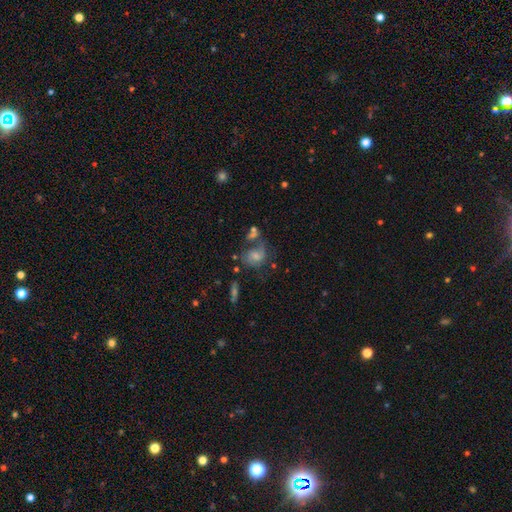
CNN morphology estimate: smooth-or-featured: featured or disk: 39% | smooth: 33% | star or artifact: 28%
  merging: none: 52% | merger: 20% | minor disturbance: 15% | major disturbance: 12%